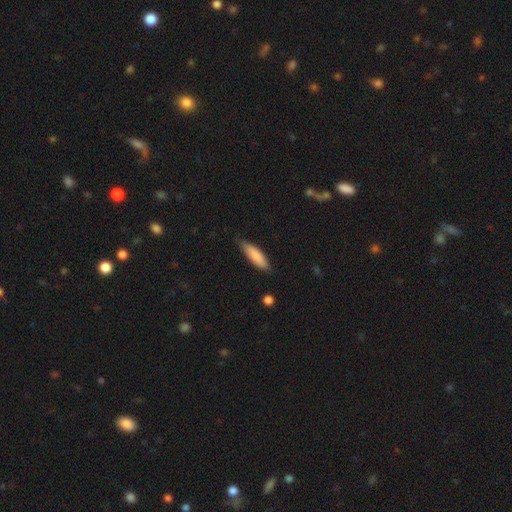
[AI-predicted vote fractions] smooth_or_featured: smooth (p=0.83) [alt: featured or disk p=0.11]
how_rounded: cigar-shaped (p=0.61) [alt: in between p=0.38]
merging: none (p=0.77) [alt: minor disturbance p=0.19]